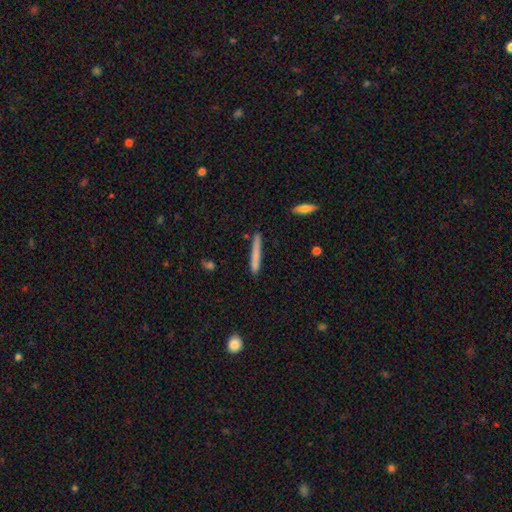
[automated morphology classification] Overall: smooth (72%). How rounded: cigar-shaped (96%). Merging: none (85%).